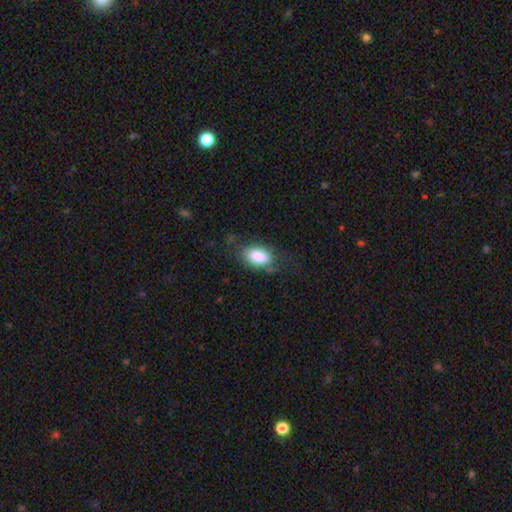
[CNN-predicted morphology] A smooth galaxy with no disk features (84%) that is in between round and cigar-shaped (92%).

Vote fractions:
- Smooth or featured? smooth: 84% / featured or disk: 9% / star or artifact: 7%
- How rounded? in between: 92% / round: 6% / cigar-shaped: 2%
- Merging? none: 62% / minor disturbance: 24% / major disturbance: 12% / merger: 2%